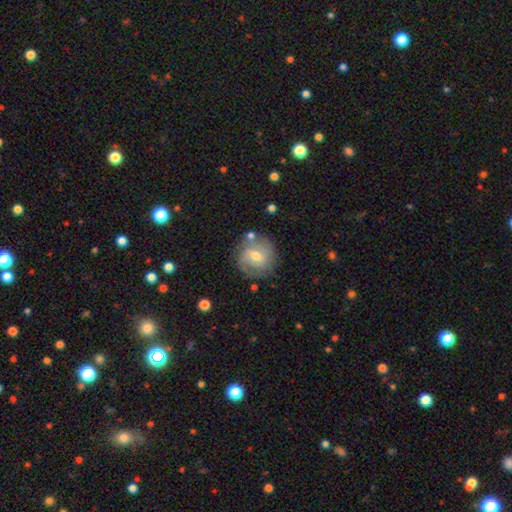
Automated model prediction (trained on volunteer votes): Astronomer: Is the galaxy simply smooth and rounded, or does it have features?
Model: featured or disk — 62%.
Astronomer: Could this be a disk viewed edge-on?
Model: no — 96%.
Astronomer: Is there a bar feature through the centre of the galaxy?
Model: weak — 58%.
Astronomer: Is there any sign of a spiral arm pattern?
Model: yes — 80%.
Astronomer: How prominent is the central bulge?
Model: moderate — 70%.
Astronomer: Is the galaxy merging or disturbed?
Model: none — 71%.